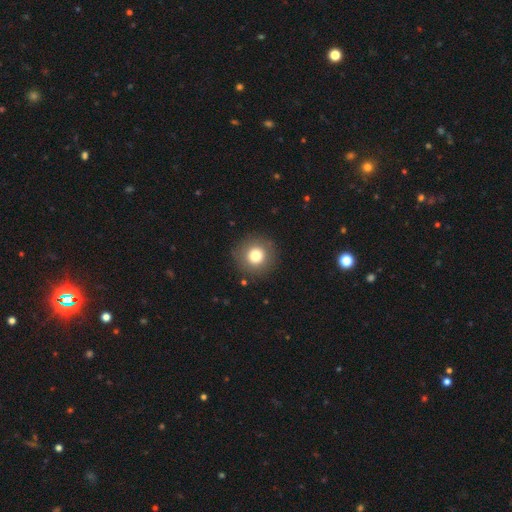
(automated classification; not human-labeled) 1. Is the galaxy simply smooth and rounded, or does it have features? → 78% smooth, 11% star or artifact, 11% featured or disk.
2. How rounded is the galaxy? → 95% round, 4% in between, 1% cigar-shaped.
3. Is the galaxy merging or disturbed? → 89% none, 6% minor disturbance, 3% major disturbance, 1% merger.